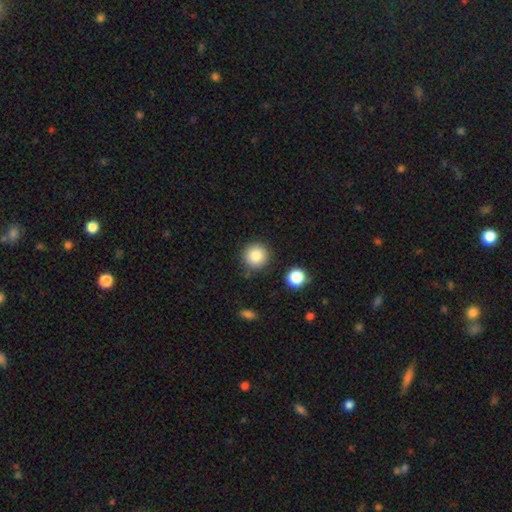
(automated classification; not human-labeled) Smooth or featured? smooth (85%)
How rounded? round (95%)
Merging? none (84%)